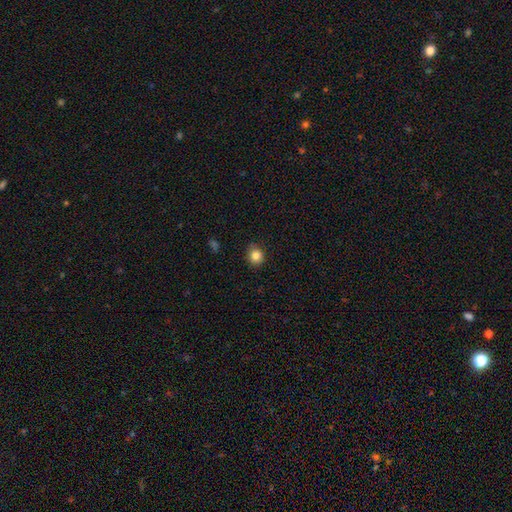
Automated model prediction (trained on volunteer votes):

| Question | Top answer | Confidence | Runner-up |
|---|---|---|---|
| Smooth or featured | smooth | 84% | star or artifact (11%) |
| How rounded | round | 81% | in between (19%) |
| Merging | none | 83% | minor disturbance (14%) |